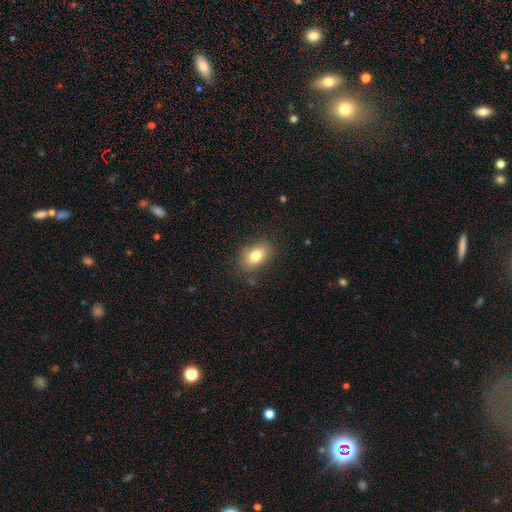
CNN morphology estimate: type=smooth (80%); roundness=in between (83%); merging=none (81%).